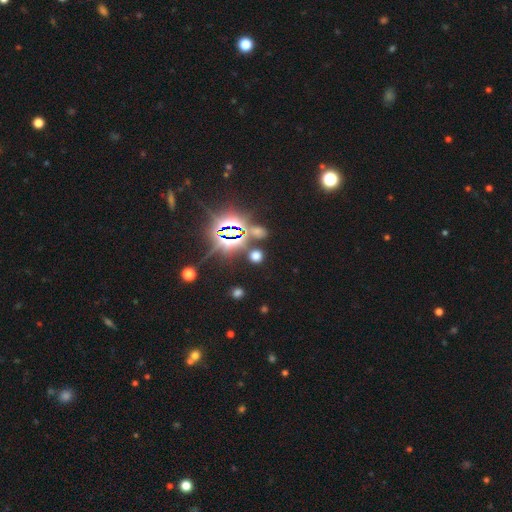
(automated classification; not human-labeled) star or artifact 47%, smooth 46%, featured or disk 7%.